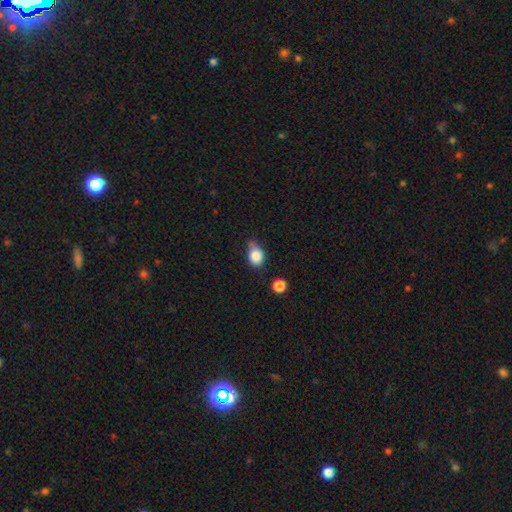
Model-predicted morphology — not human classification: type=smooth (84%); roundness=in between (58%); merging=none (49%).